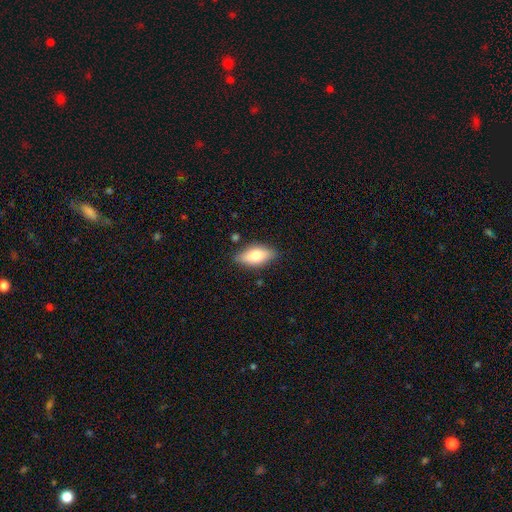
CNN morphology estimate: Smooth or featured: smooth — 70% (featured or disk — 23%)
How rounded: in between — 84% (cigar-shaped — 13%)
Merging: none — 83% (minor disturbance — 13%)